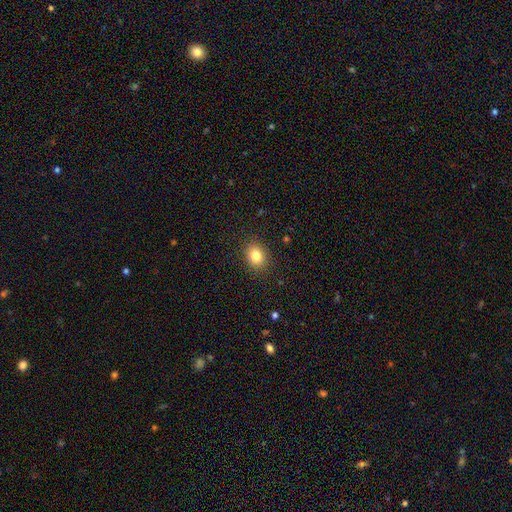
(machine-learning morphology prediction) Q: Smooth or featured?
A: smooth (82%); runner-up: star or artifact (11%)
Q: How rounded?
A: round (57%); runner-up: in between (43%)
Q: Merging?
A: none (89%); runner-up: minor disturbance (8%)